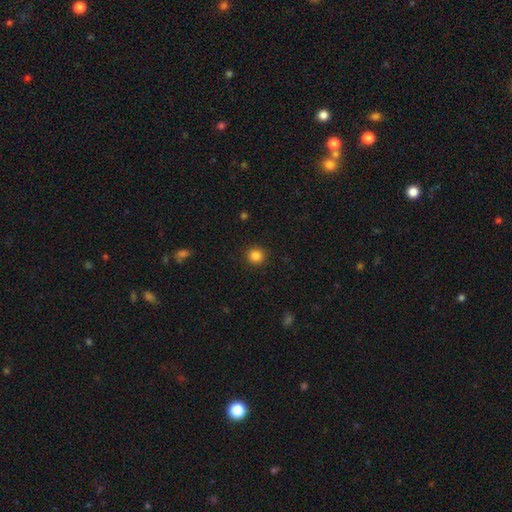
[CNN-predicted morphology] Overall: smooth (85%). How rounded: round (93%). Merging: none (91%).